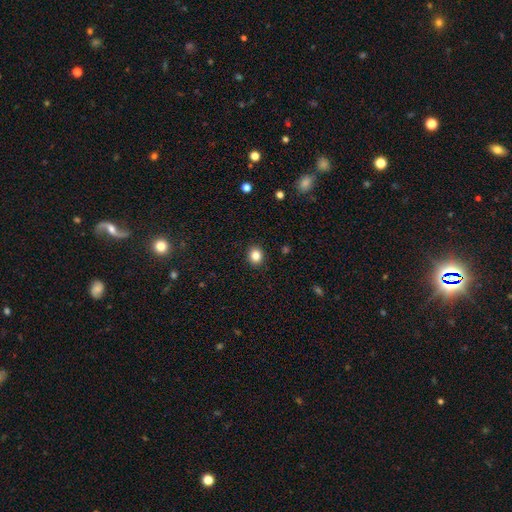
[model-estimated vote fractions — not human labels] Smooth or featured?
  - smooth: 85% *
  - star or artifact: 11%
  - featured or disk: 5%
How rounded?
  - round: 72% *
  - in between: 27%
  - cigar-shaped: 1%
Merging?
  - none: 91% *
  - minor disturbance: 6%
  - major disturbance: 2%
  - merger: 1%